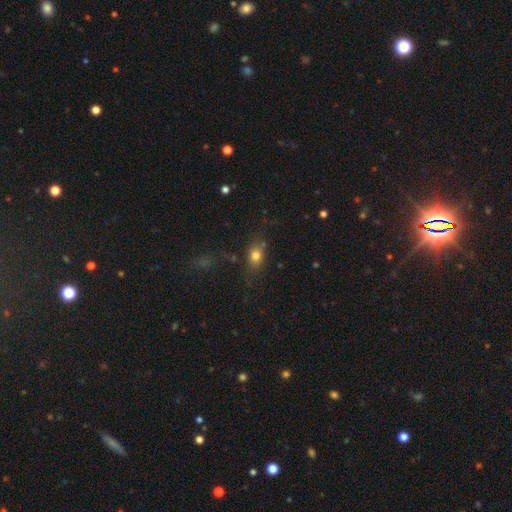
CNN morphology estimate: A smooth galaxy with no disk features (76%) that is in between round and cigar-shaped (61%).

Vote fractions:
- Smooth or featured? smooth: 76% / star or artifact: 13% / featured or disk: 11%
- How rounded? in between: 61% / round: 34% / cigar-shaped: 4%
- Merging? none: 68% / minor disturbance: 17% / major disturbance: 8% / merger: 7%